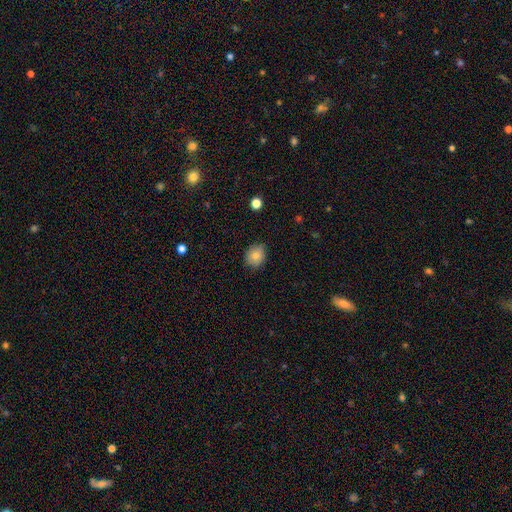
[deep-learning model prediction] Smooth or featured? smooth (81%)
How rounded? round (64%)
Merging? none (81%)